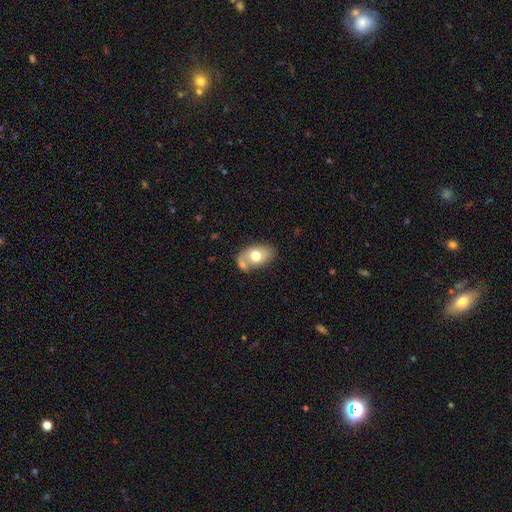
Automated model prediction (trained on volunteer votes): Smooth or featured?
  - smooth: 67% *
  - featured or disk: 26%
  - star or artifact: 8%
How rounded?
  - in between: 82% *
  - round: 17%
  - cigar-shaped: 1%
Merging?
  - none: 46% *
  - merger: 28%
  - minor disturbance: 19%
  - major disturbance: 8%